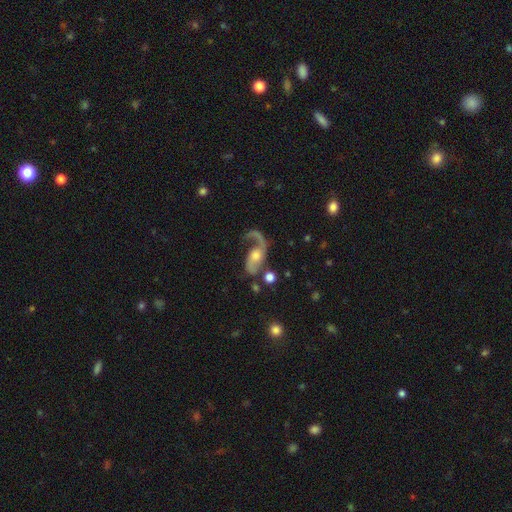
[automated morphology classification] Smooth or featured? featured or disk (83%)
Edge-on disk? no (96%)
Bar? no (64%)
Spiral arms? yes (93%)
Spiral winding? loose (66%)
Spiral arm count? 2 (59%)
Bulge size? moderate (59%)
Merging? none (44%)